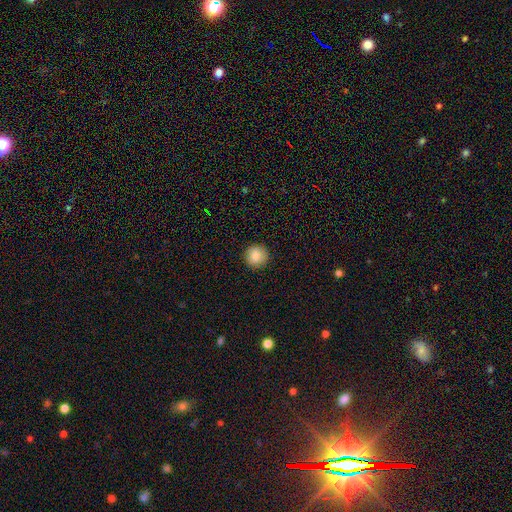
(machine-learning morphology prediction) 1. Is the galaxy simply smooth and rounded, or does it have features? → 85% smooth, 9% star or artifact, 6% featured or disk.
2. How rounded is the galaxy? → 93% round, 6% in between, 1% cigar-shaped.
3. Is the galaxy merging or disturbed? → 90% none, 7% minor disturbance, 2% major disturbance, 1% merger.